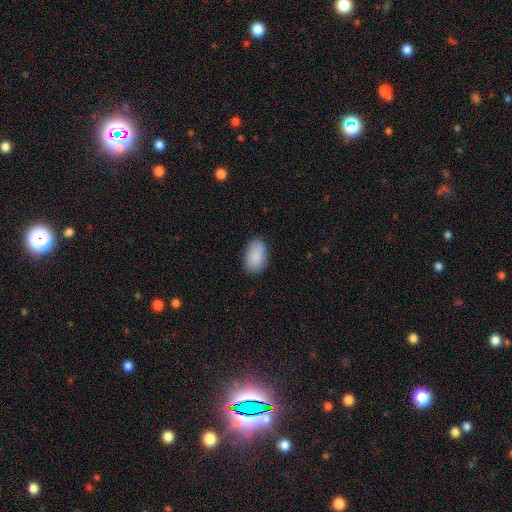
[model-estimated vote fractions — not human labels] Smooth or featured? Predicted: smooth (p=0.90). How rounded? Predicted: in between (p=0.93). Merging? Predicted: none (p=0.85).